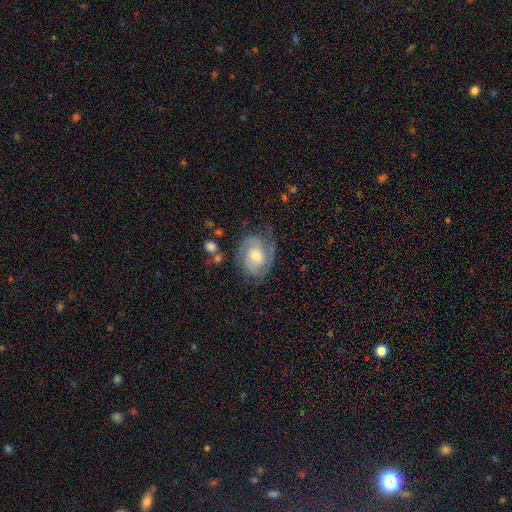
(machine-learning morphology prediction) The model was most divided on "spiral winding": tight: 49%, medium: 39%, loose: 12%. More confident: edge-on disk — no (97%); spiral arms — yes (93%); smooth or featured — featured or disk (75%); merging — none (63%); bar — no (62%); bulge size — moderate (59%); spiral arm count — 2 (58%).